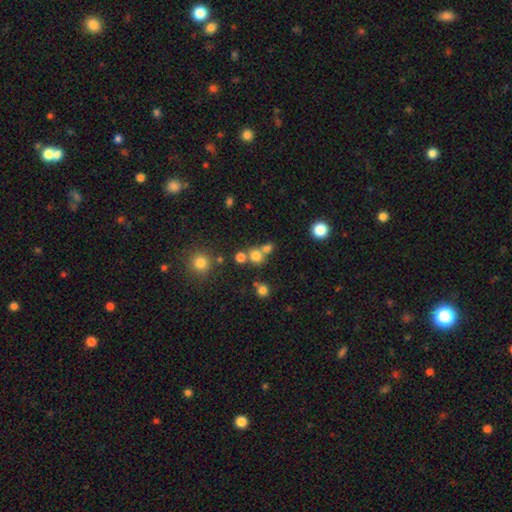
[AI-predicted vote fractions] Smooth or featured? smooth (72%)
How rounded? round (82%)
Merging? none (55%)